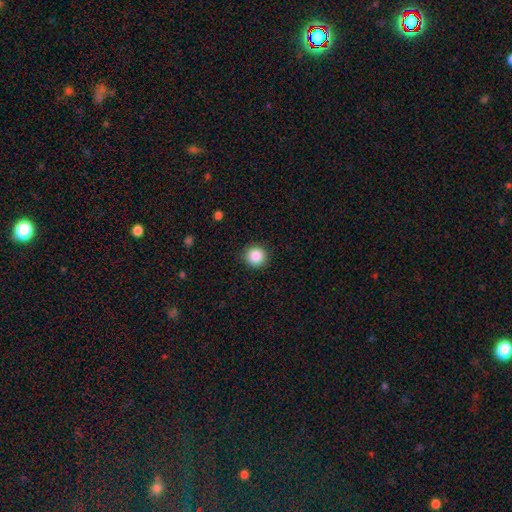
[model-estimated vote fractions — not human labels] smooth-or-featured: smooth: 87% | star or artifact: 9% | featured or disk: 3%
  how-rounded: round: 94% | in between: 5% | cigar-shaped: 1%
  merging: none: 90% | minor disturbance: 7% | major disturbance: 2% | merger: 1%